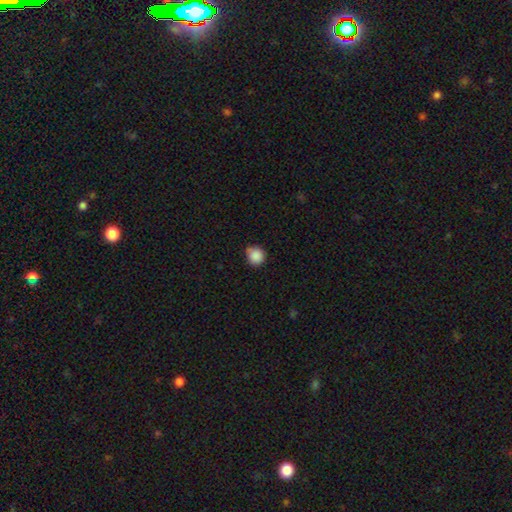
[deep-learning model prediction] A smooth galaxy with no disk features (88%) that is round (87%). Merging: none (72%).